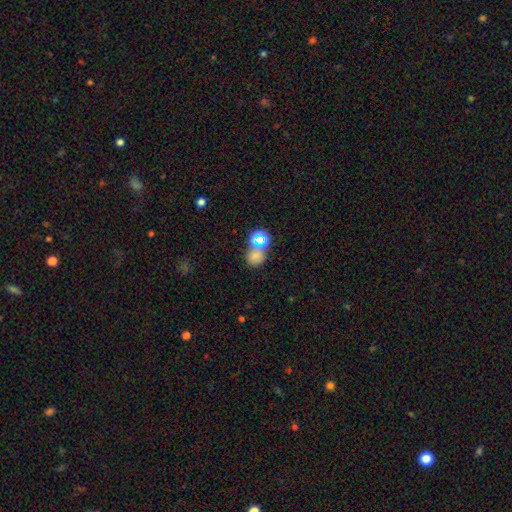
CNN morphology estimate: Smooth or featured? Predicted: smooth (p=0.62). How rounded? Predicted: round (p=0.62). Merging? Predicted: none (p=0.54).